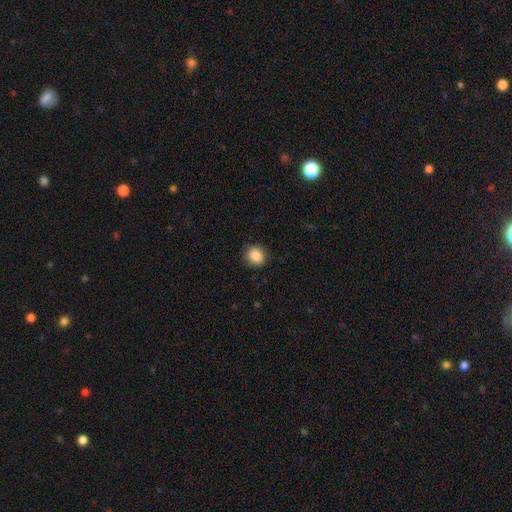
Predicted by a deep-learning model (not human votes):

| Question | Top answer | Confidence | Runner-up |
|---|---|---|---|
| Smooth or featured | smooth | 88% | star or artifact (9%) |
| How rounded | round | 87% | in between (12%) |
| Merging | none | 88% | minor disturbance (9%) |